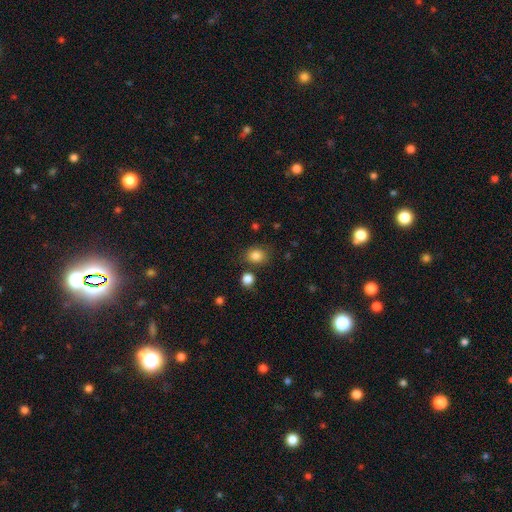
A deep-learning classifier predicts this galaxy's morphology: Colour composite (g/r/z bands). It shows a smooth galaxy with no disk features (84%) that is round (67%). Merging: none (77%).